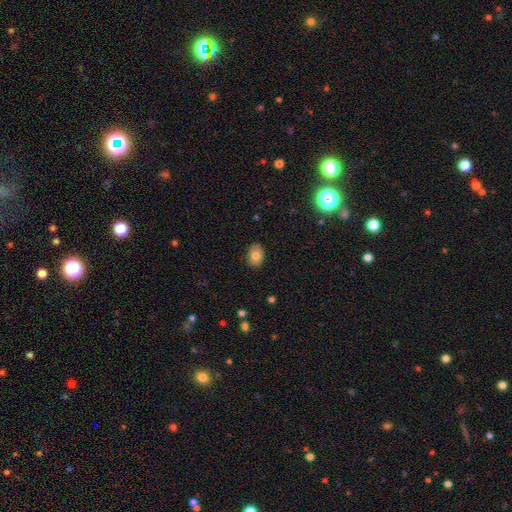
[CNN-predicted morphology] smooth 79%, featured or disk 13%, star or artifact 9%. Down the decision tree: how rounded — in between (77%); merging — none (86%).